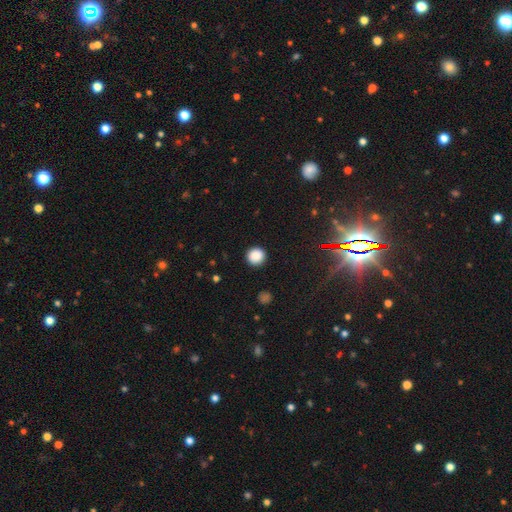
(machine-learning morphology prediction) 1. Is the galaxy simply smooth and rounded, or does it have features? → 86% smooth, 11% star or artifact, 3% featured or disk.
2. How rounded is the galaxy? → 94% round, 5% in between, 1% cigar-shaped.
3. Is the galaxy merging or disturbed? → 91% none, 6% minor disturbance, 2% major disturbance, 1% merger.